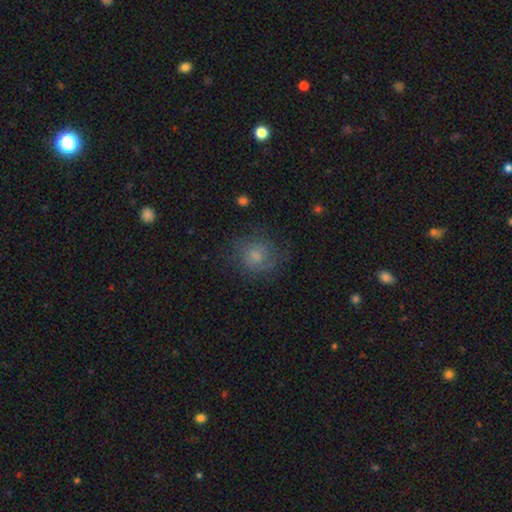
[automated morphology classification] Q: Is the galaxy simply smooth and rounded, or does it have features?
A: smooth — 61%.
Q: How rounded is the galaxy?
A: round — 76%.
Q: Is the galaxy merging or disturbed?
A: none — 65%.